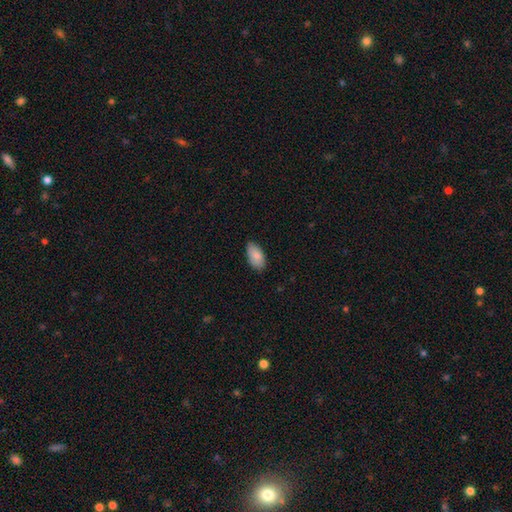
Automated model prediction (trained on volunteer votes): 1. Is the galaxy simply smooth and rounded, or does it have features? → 84% smooth, 10% featured or disk, 6% star or artifact.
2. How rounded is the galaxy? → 95% in between, 3% round, 2% cigar-shaped.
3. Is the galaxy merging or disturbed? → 81% none, 16% minor disturbance, 2% major disturbance, 1% merger.